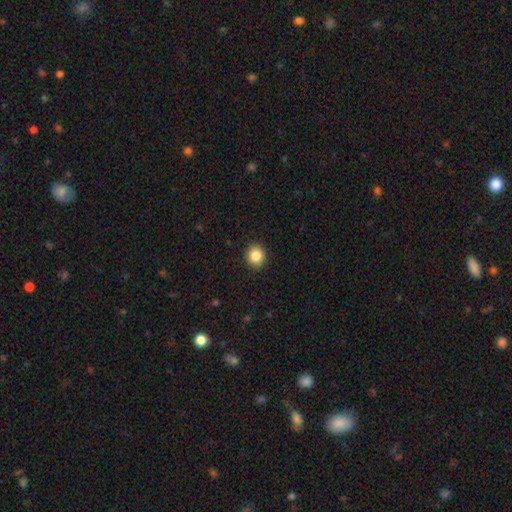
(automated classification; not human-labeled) This is clearly a smooth galaxy (86%). How rounded: likely round (79%). Merging: clearly none (92%).